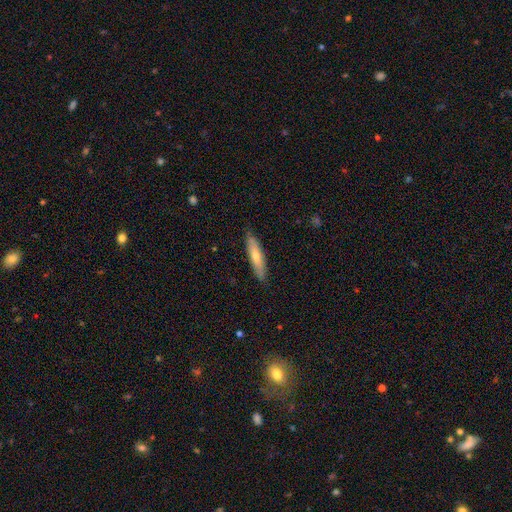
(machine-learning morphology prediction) The model was most divided on "smooth or featured": smooth: 61%, featured or disk: 33%, star or artifact: 6%. More confident: merging — none (85%); how rounded — cigar-shaped (81%).